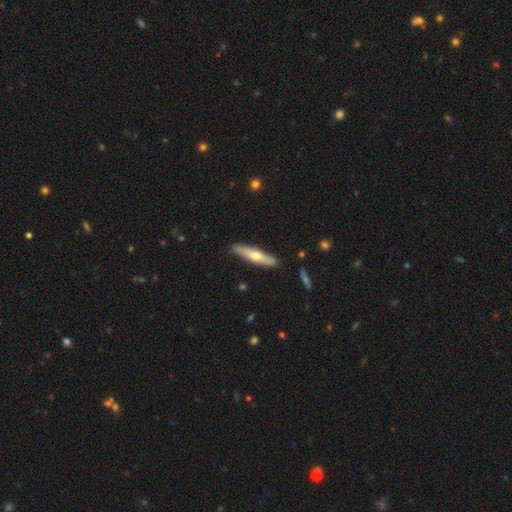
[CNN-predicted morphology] smooth-or-featured: smooth: 48% | featured or disk: 47% | star or artifact: 5%
  merging: none: 87% | minor disturbance: 10% | major disturbance: 2% | merger: 2%